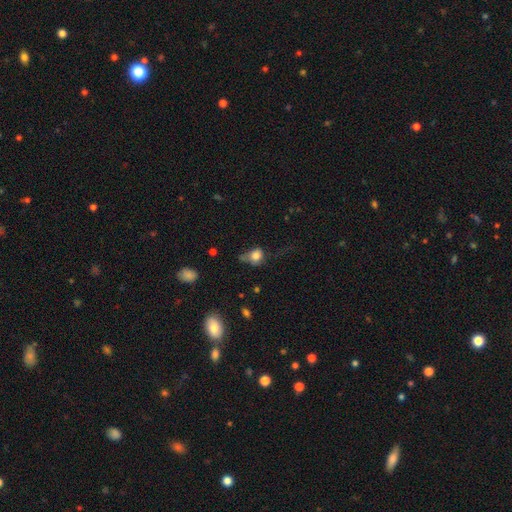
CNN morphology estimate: Smooth or featured? smooth (77%)
How rounded? round (60%)
Merging? none (38%)